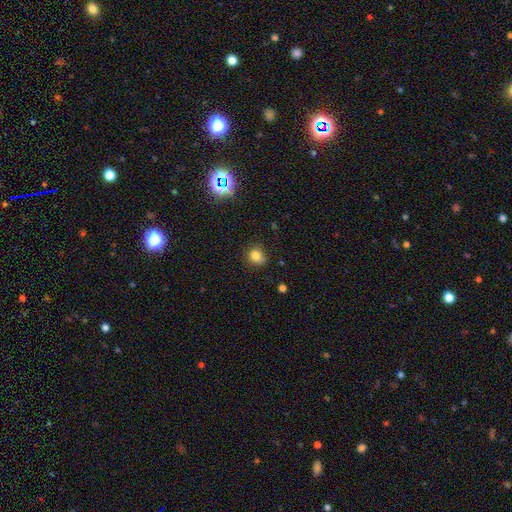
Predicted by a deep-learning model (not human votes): This is likely a smooth galaxy (79%). How rounded: likely round (74%). Merging: likely none (71%).